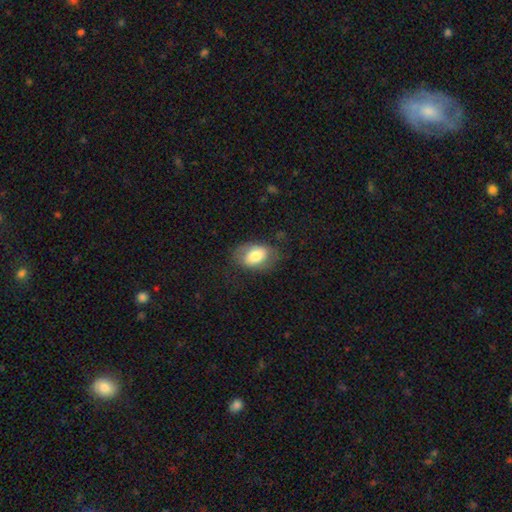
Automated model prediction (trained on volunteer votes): The model was most divided on "merging": none: 64%, minor disturbance: 23%, major disturbance: 12%, merger: 1%. More confident: how rounded — in between (86%); smooth or featured — smooth (74%).